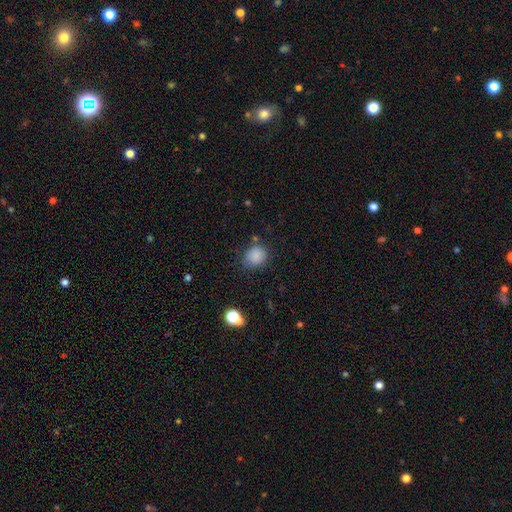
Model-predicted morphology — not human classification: This is clearly a smooth galaxy (85%). How rounded: likely round (63%). Merging: likely none (72%).